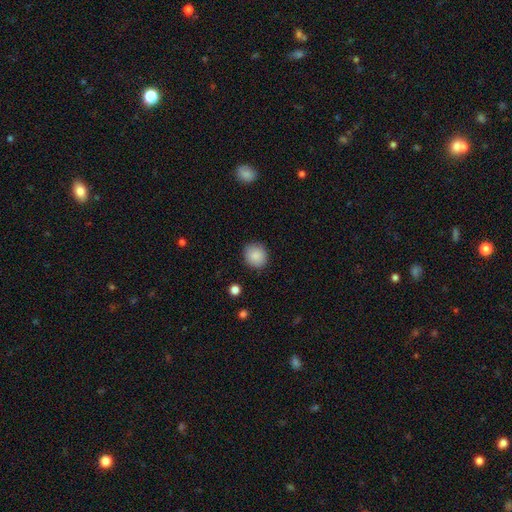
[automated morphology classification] smooth_or_featured: smooth (p=0.87) [alt: star or artifact p=0.08]
how_rounded: round (p=0.82) [alt: in between p=0.17]
merging: none (p=0.88) [alt: minor disturbance p=0.08]